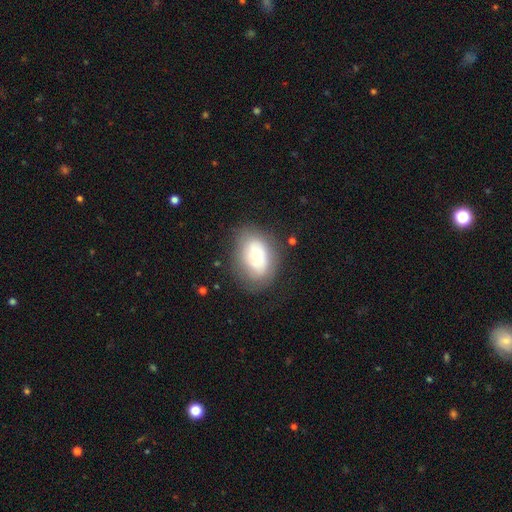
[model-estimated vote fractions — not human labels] Smooth or featured: smooth — 53% (featured or disk — 38%)
How rounded: in between — 72% (round — 26%)
Merging: none — 67% (minor disturbance — 20%)